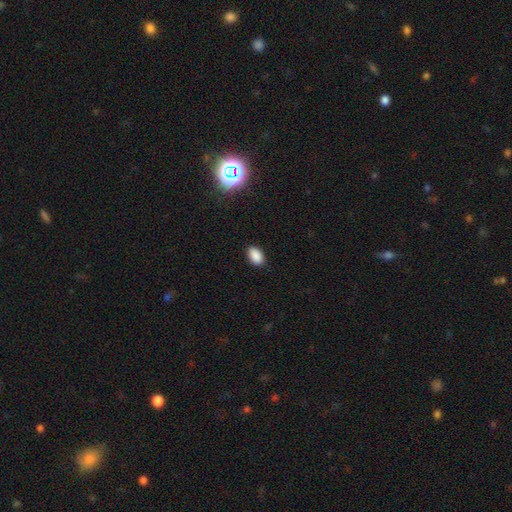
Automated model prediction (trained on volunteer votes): Smooth or featured: smooth — 88% (star or artifact — 9%)
How rounded: in between — 89% (round — 10%)
Merging: none — 87% (minor disturbance — 10%)